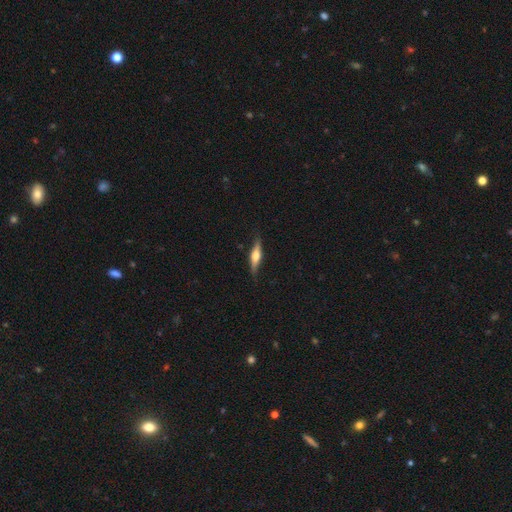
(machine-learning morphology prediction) A featured or disk galaxy (60%) viewed edge-on (95%) with a rounded central bulge (89%).

Vote fractions:
- Smooth or featured? featured or disk: 60% / smooth: 35% / star or artifact: 6%
- Edge-on disk? yes: 95% / no: 5%
- Edge-on bulge? rounded: 89% / boxy: 8% / none: 3%
- Merging? none: 82% / minor disturbance: 14% / major disturbance: 3% / merger: 1%